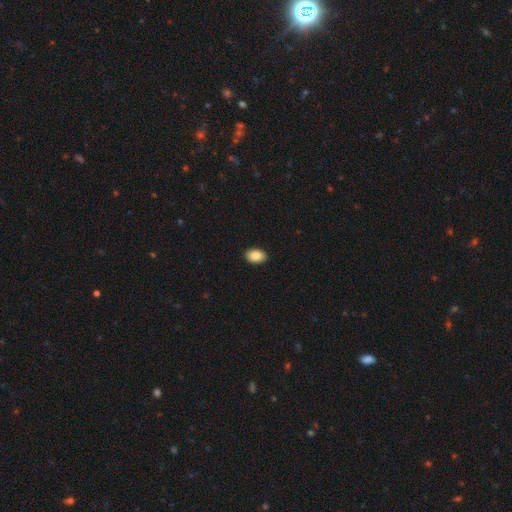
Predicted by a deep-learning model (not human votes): smooth 88%, star or artifact 7%, featured or disk 4%. Down the decision tree: how rounded — in between (88%); merging — none (91%).